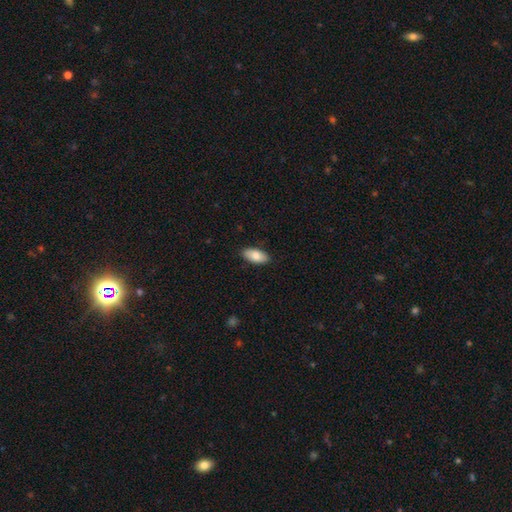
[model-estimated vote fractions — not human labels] This is clearly a smooth galaxy (84%). How rounded: clearly in between (91%). Merging: clearly none (88%).